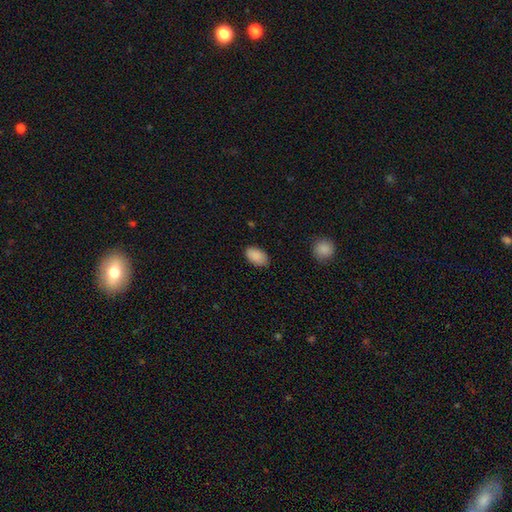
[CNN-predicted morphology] A smooth galaxy with no disk features (89%) that is in between round and cigar-shaped (93%).

Vote fractions:
- Smooth or featured? smooth: 89% / star or artifact: 7% / featured or disk: 4%
- How rounded? in between: 93% / round: 6% / cigar-shaped: 1%
- Merging? none: 83% / minor disturbance: 13% / major disturbance: 2% / merger: 1%